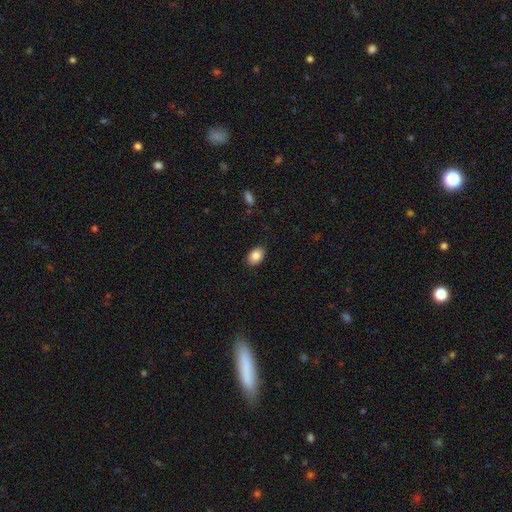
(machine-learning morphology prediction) Smooth or featured? Predicted: smooth (p=0.86). How rounded? Predicted: in between (p=0.83). Merging? Predicted: none (p=0.88).